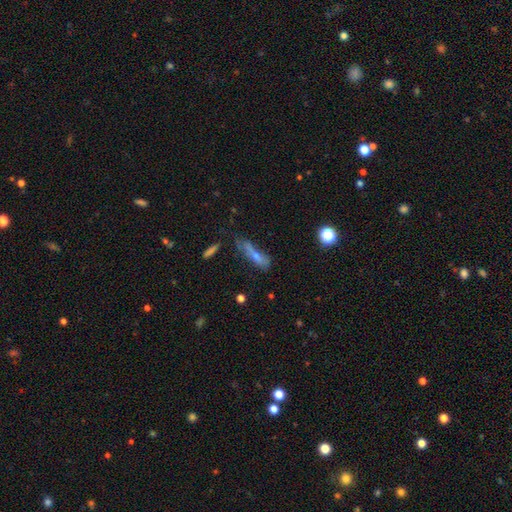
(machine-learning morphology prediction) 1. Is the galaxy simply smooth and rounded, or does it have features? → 47% smooth, 40% featured or disk, 13% star or artifact.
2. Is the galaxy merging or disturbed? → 48% none, 27% minor disturbance, 17% major disturbance, 8% merger.